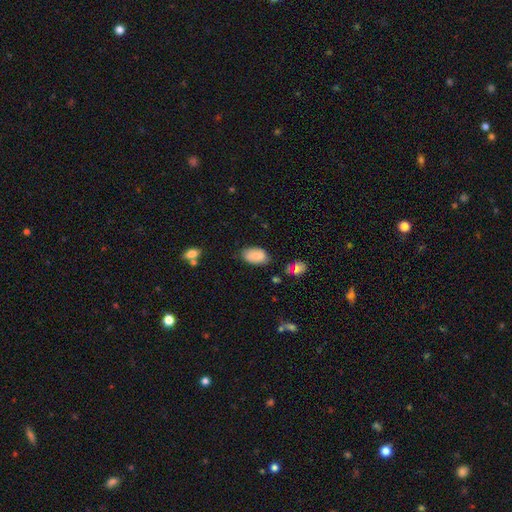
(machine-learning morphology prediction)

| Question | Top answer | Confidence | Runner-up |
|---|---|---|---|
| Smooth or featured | smooth | 83% | featured or disk (10%) |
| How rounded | in between | 93% | round (5%) |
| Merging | none | 74% | minor disturbance (19%) |